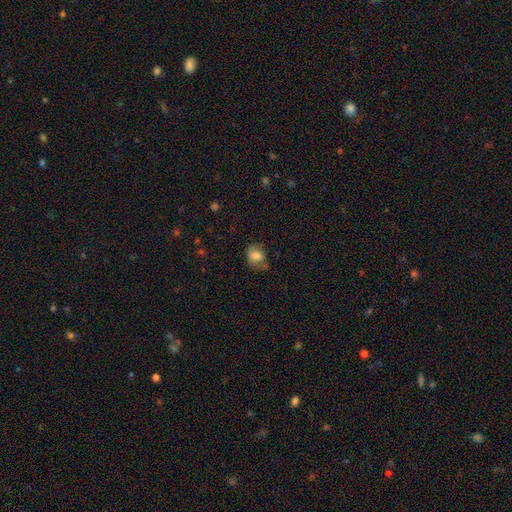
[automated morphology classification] smooth-or-featured: smooth: 76% | featured or disk: 15% | star or artifact: 10%
  how-rounded: round: 49% (tied) | in between: 49% (tied) | cigar-shaped: 1%
  merging: none: 58% | minor disturbance: 28% | major disturbance: 10% | merger: 4%